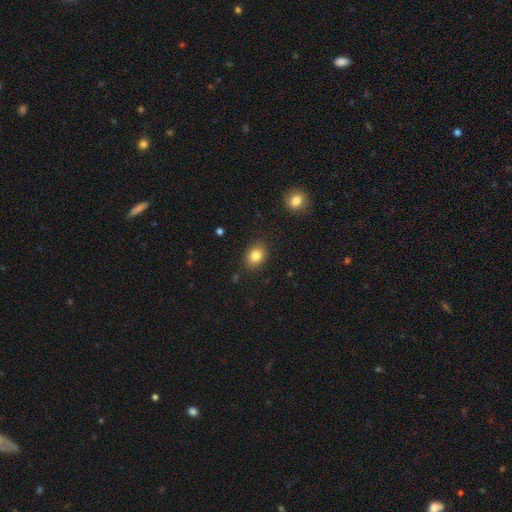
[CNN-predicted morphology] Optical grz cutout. It shows a smooth galaxy with no disk features (84%) that is in between round and cigar-shaped (64%). Merging: none (86%).